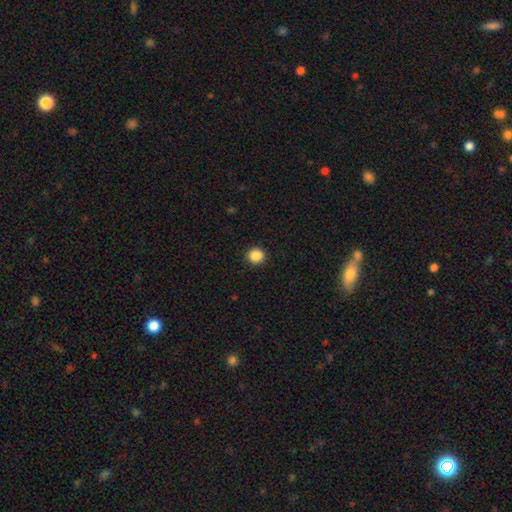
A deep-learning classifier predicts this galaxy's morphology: smooth 88%, star or artifact 10%, featured or disk 2%. Down the decision tree: how rounded — round (91%); merging — none (91%).